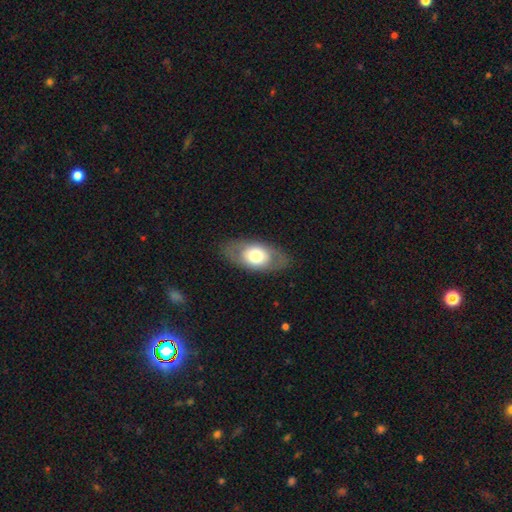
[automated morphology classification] smooth 56%, featured or disk 38%, star or artifact 6%. Down the decision tree: how rounded — in between (86%); merging — none (82%).